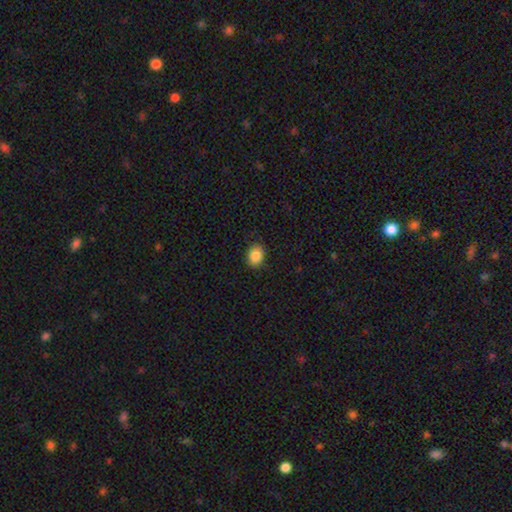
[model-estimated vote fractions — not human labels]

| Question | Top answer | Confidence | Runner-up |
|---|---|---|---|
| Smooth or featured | smooth | 86% | star or artifact (9%) |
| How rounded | in between | 59% | round (40%) |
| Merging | none | 87% | minor disturbance (9%) |